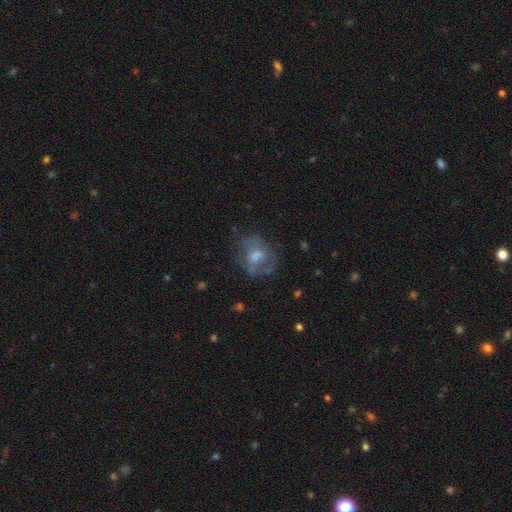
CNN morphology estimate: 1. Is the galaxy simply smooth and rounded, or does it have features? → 52% featured or disk, 38% smooth, 10% star or artifact.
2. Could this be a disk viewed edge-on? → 96% no, 4% yes.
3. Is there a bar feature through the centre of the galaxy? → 63% no, 31% weak, 6% strong.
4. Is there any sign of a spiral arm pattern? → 55% no, 45% yes.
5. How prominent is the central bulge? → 47% moderate, 23% small, 15% large, 14% none, 2% dominant.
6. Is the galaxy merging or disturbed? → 56% none, 22% minor disturbance, 20% major disturbance, 2% merger.